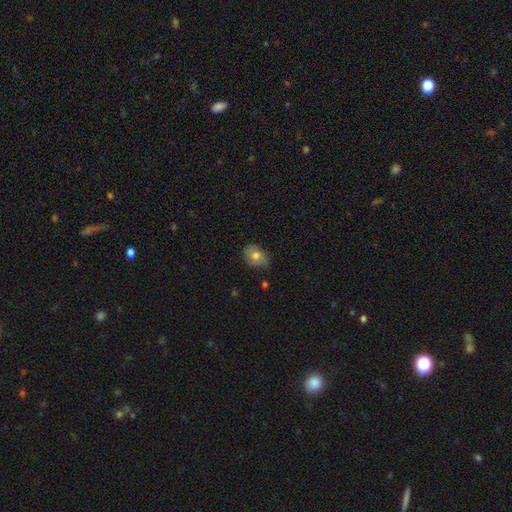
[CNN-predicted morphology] The model was most divided on "merging": none: 69%, minor disturbance: 25%, major disturbance: 4%, merger: 2%. More confident: smooth or featured — smooth (75%); how rounded — in between (72%).